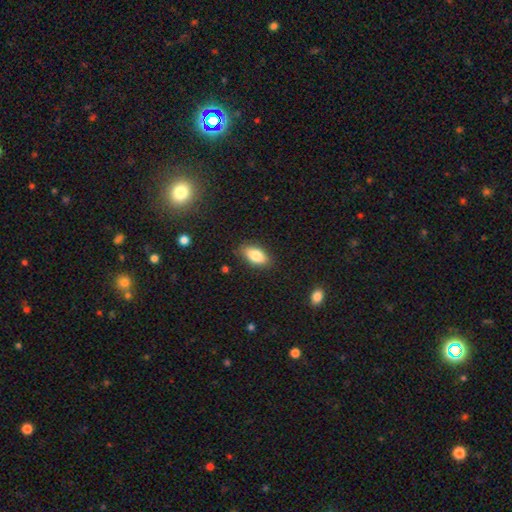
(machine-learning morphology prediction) Q: Smooth or featured?
A: smooth (84%); runner-up: featured or disk (8%)
Q: How rounded?
A: in between (90%); runner-up: cigar-shaped (6%)
Q: Merging?
A: none (85%); runner-up: minor disturbance (12%)